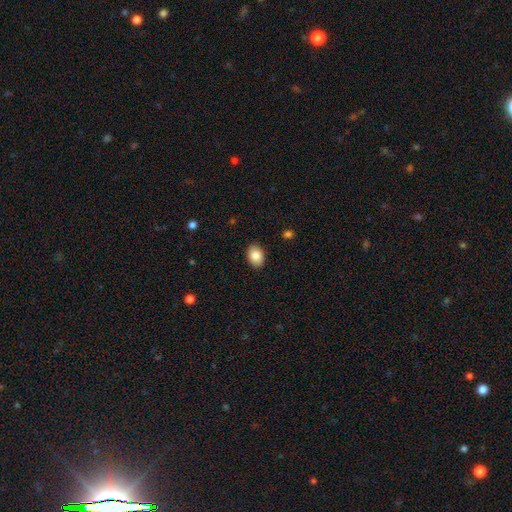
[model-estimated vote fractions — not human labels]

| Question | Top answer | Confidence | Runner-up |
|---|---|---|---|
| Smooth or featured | smooth | 86% | star or artifact (7%) |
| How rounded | in between | 78% | round (21%) |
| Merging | none | 89% | minor disturbance (8%) |